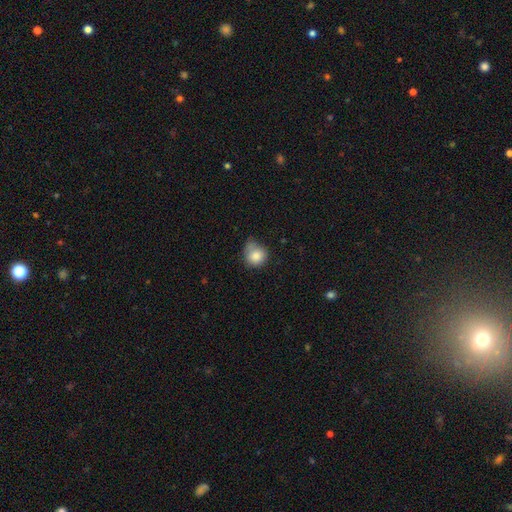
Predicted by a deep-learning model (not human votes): Smooth or featured? smooth (84%)
How rounded? round (81%)
Merging? none (44%)